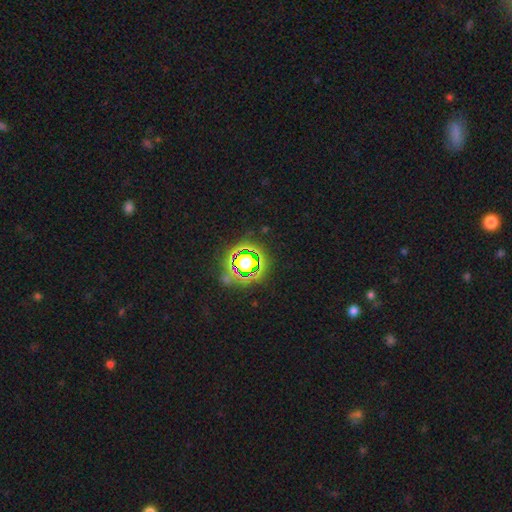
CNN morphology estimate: Q: Smooth or featured?
A: star or artifact (77%); runner-up: smooth (15%)